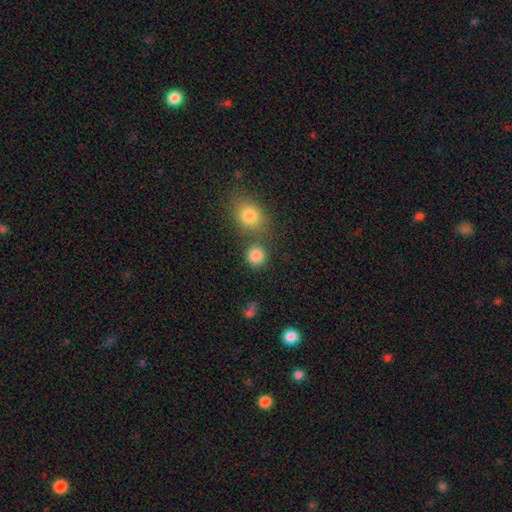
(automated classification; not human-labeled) A smooth galaxy with no disk features (84%) that is round (87%). Merging: none (69%).